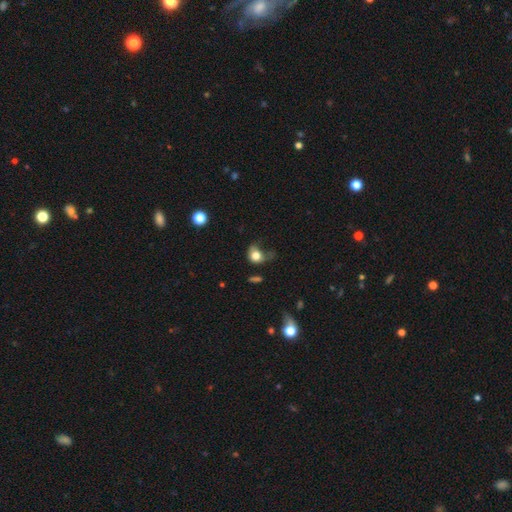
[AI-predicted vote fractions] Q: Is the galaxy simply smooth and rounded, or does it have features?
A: smooth — 75%.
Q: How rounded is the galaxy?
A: round — 58%.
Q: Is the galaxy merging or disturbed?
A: major disturbance — 40%.